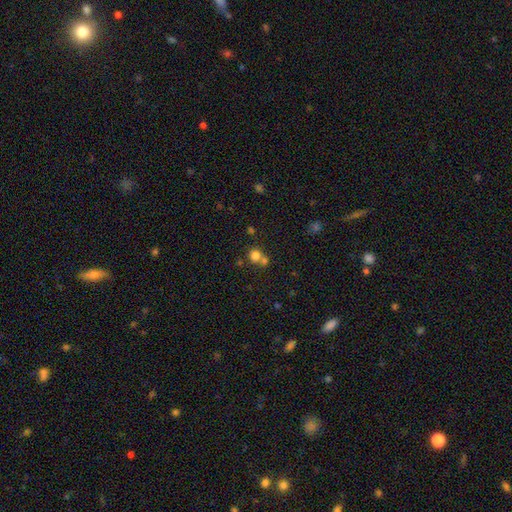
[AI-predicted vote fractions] Smooth or featured?
  - smooth: 77% *
  - star or artifact: 15%
  - featured or disk: 8%
How rounded?
  - round: 87% *
  - in between: 12%
  - cigar-shaped: 1%
Merging?
  - none: 52% *
  - merger: 38%
  - minor disturbance: 7%
  - major disturbance: 3%